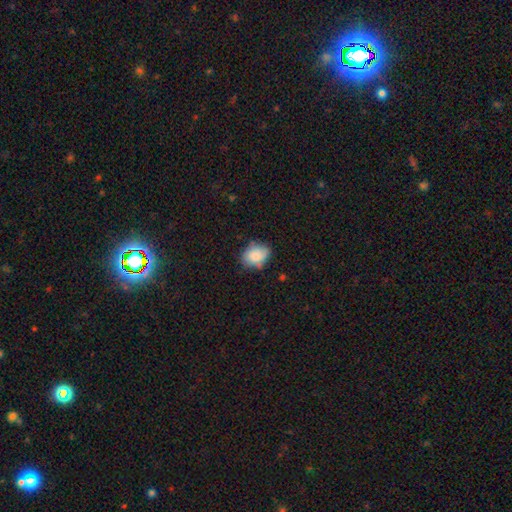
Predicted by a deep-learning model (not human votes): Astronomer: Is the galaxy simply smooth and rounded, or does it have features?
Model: smooth — 80%.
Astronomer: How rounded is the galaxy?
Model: in between — 65%.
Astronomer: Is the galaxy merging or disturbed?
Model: none — 62%.